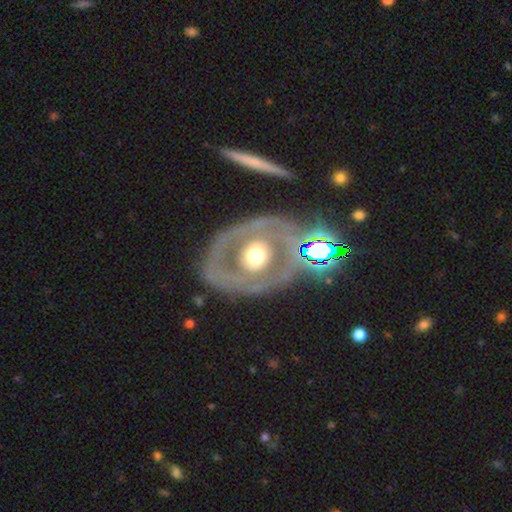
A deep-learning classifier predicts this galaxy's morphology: This is likely a featured or disk galaxy (66%). It is clearly not viewed edge-on (94%). Bar: likely no (77%). Spiral arm pattern: likely no (74%). Central bulge: likely moderate (64%). Merging: likely none (66%).